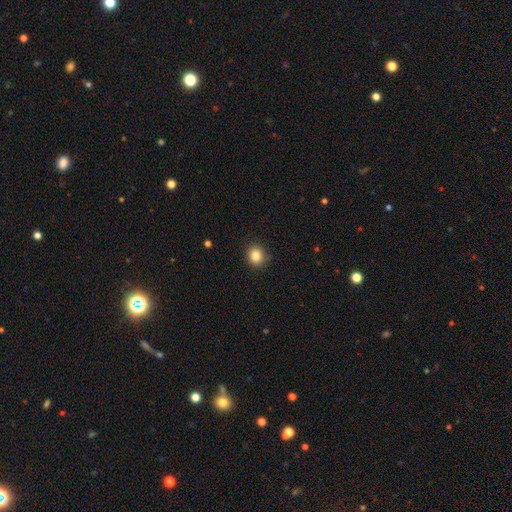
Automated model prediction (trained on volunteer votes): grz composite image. It shows a smooth galaxy with no disk features (84%) that is round (80%). Merging: none (90%).